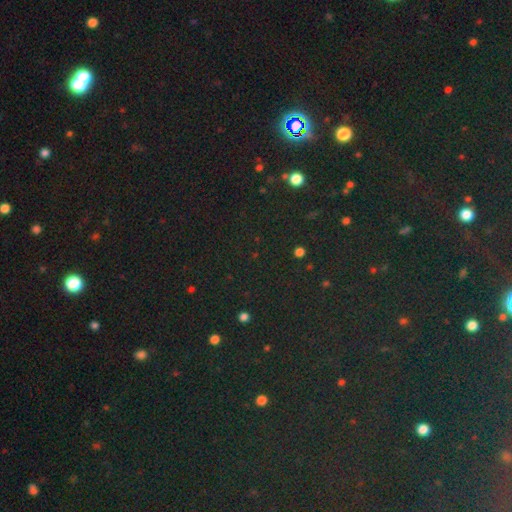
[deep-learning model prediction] Smooth or featured? star or artifact (78%)